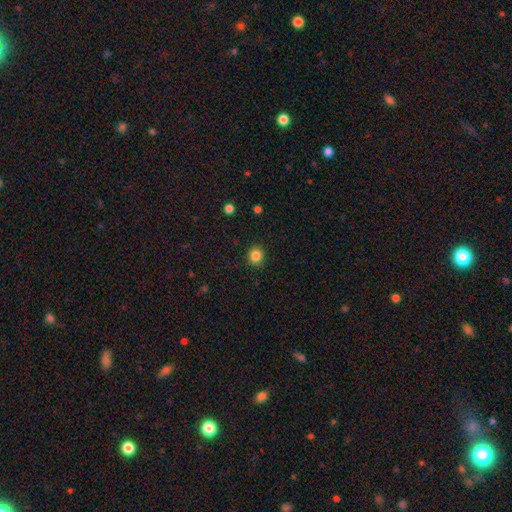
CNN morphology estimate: Overall: smooth (85%). How rounded: round (87%). Merging: none (90%).